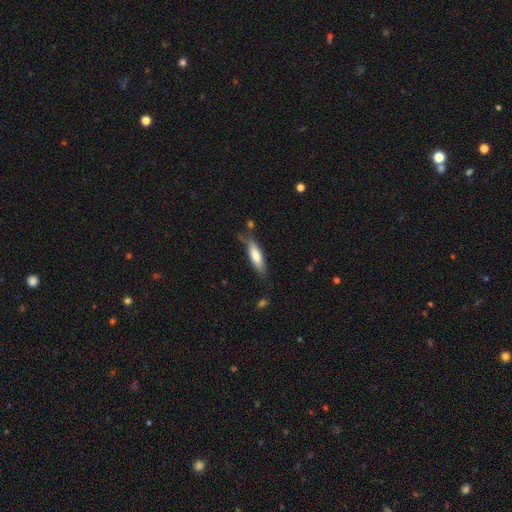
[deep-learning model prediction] smooth-or-featured: smooth: 74% | featured or disk: 21% | star or artifact: 6%
  how-rounded: cigar-shaped: 61% | in between: 37% | round: 1%
  merging: none: 70% | minor disturbance: 21% | major disturbance: 5% | merger: 4%